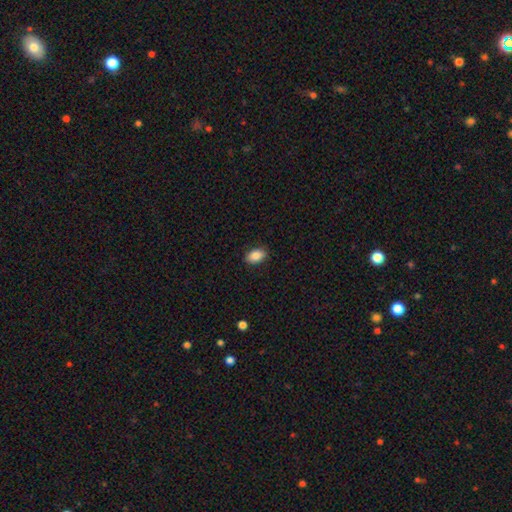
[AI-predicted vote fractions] Smooth or featured?
  - smooth: 87% *
  - star or artifact: 8%
  - featured or disk: 6%
How rounded?
  - in between: 90% *
  - round: 8%
  - cigar-shaped: 2%
Merging?
  - none: 88% *
  - minor disturbance: 9%
  - major disturbance: 2%
  - merger: 1%